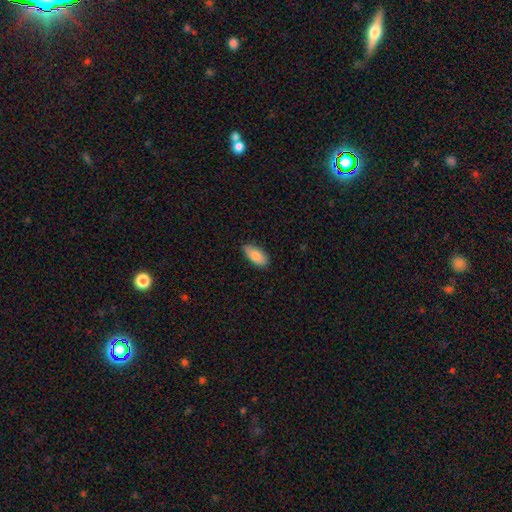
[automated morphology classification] Smooth or featured?
  - smooth: 84% *
  - featured or disk: 10%
  - star or artifact: 6%
How rounded?
  - in between: 91% *
  - cigar-shaped: 7%
  - round: 2%
Merging?
  - none: 81% *
  - minor disturbance: 15%
  - major disturbance: 2%
  - merger: 1%